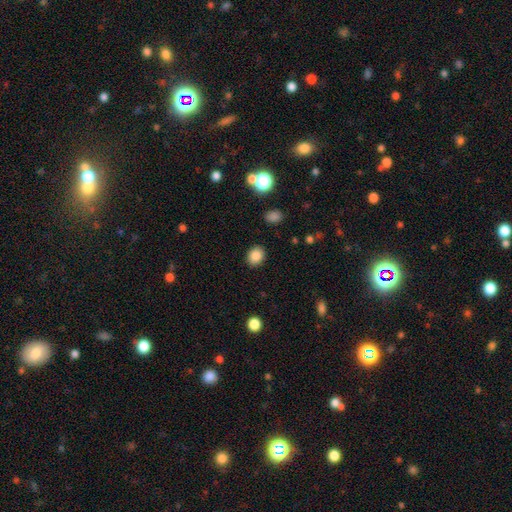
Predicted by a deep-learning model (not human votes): smooth_or_featured: smooth (p=0.86) [alt: star or artifact p=0.10]
how_rounded: round (p=0.56) [alt: in between p=0.43]
merging: none (p=0.89) [alt: minor disturbance p=0.07]